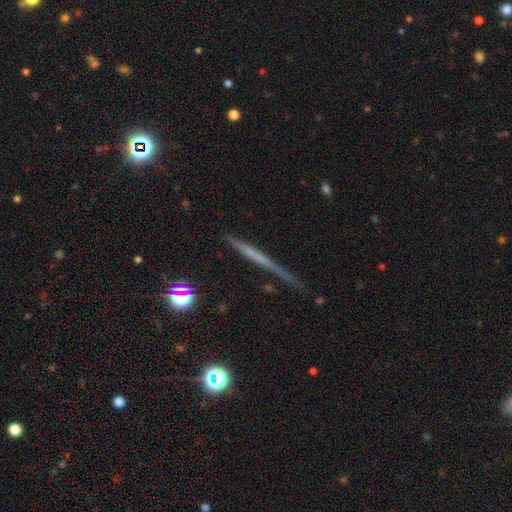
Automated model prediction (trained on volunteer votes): Smooth or featured? featured or disk (54%)
Edge-on disk? yes (95%)
Edge-on bulge? none (88%)
Merging? none (79%)